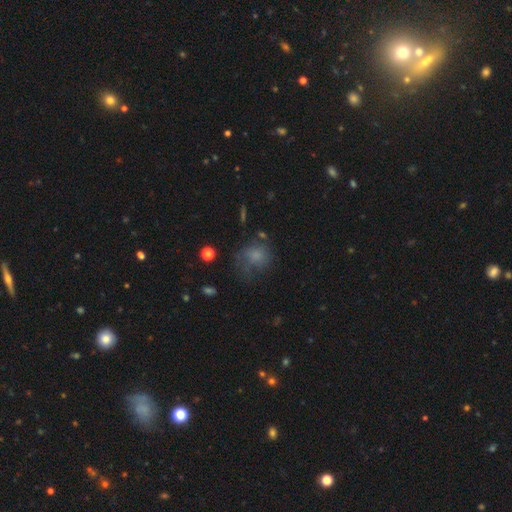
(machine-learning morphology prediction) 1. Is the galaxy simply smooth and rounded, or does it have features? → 69% smooth, 18% featured or disk, 13% star or artifact.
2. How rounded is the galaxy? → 72% round, 27% in between, 1% cigar-shaped.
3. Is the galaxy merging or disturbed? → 43% none, 27% minor disturbance, 26% major disturbance, 5% merger.